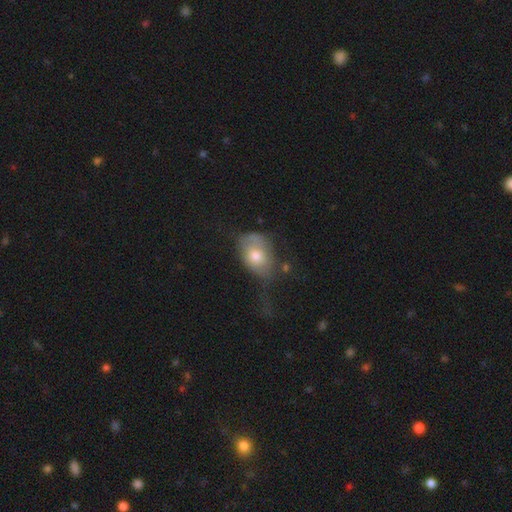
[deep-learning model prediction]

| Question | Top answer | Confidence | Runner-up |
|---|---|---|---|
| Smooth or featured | smooth | 67% | featured or disk (25%) |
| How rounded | in between | 80% | round (19%) |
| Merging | minor disturbance | 32% | tied: major disturbance (32%) |